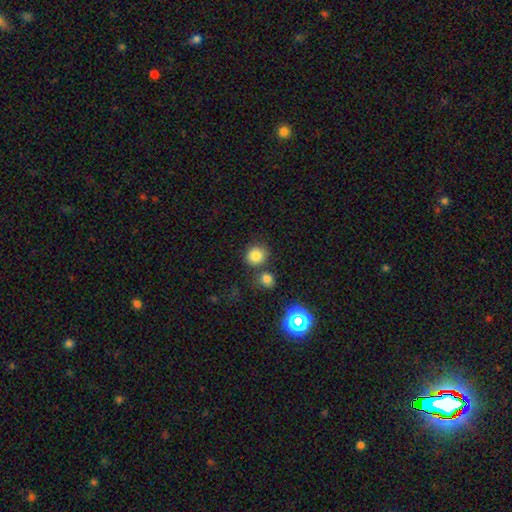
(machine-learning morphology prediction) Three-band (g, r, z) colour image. It shows a smooth galaxy with no disk features (81%) that is round (84%). Merging: none (73%).